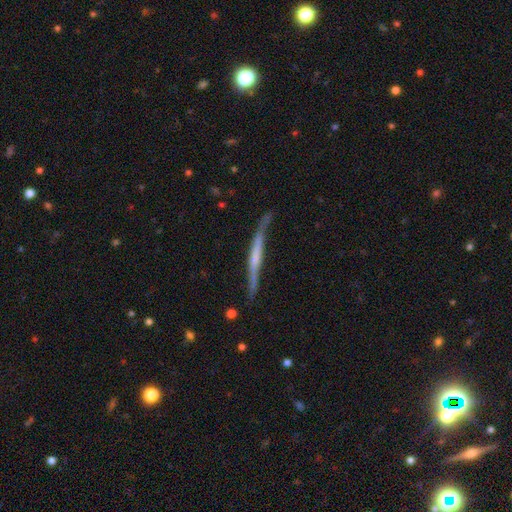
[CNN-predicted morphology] type=featured or disk (65%); edge-on=yes (93%); edge-on bulge=none (50%); merging=none (64%).